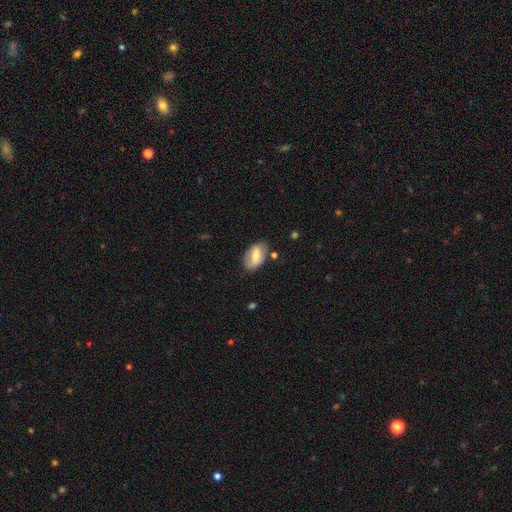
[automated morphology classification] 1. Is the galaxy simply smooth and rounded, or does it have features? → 59% smooth, 34% featured or disk, 7% star or artifact.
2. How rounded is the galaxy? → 91% in between, 6% round, 3% cigar-shaped.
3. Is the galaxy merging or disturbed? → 72% none, 19% minor disturbance, 5% major disturbance, 3% merger.